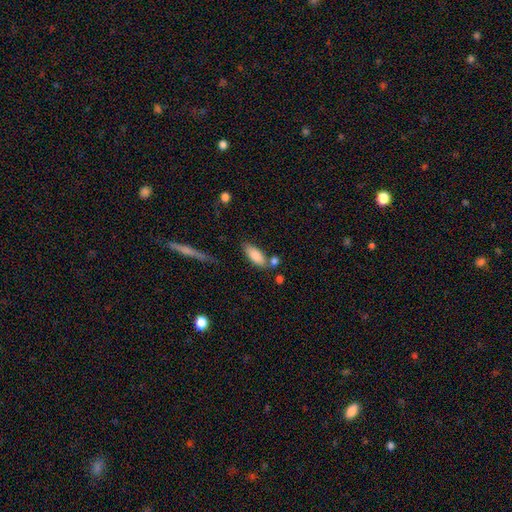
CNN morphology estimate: The model was most divided on "merging": none: 67%, minor disturbance: 15%, merger: 13%, major disturbance: 4%. More confident: smooth or featured — smooth (84%); how rounded — in between (78%).